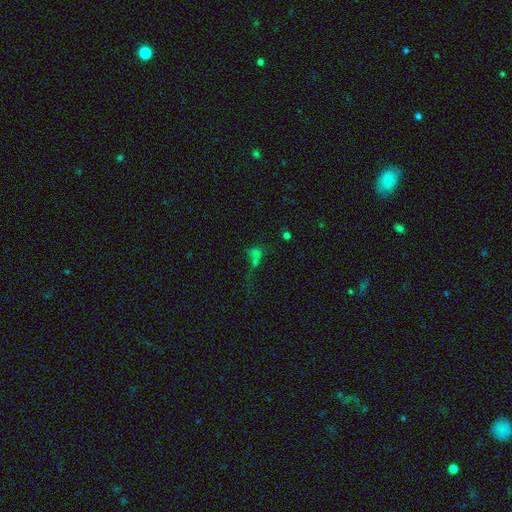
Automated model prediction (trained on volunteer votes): smooth 56%, star or artifact 29%, featured or disk 15%. Down the decision tree: how rounded — in between (49%); merging — merger (51%).